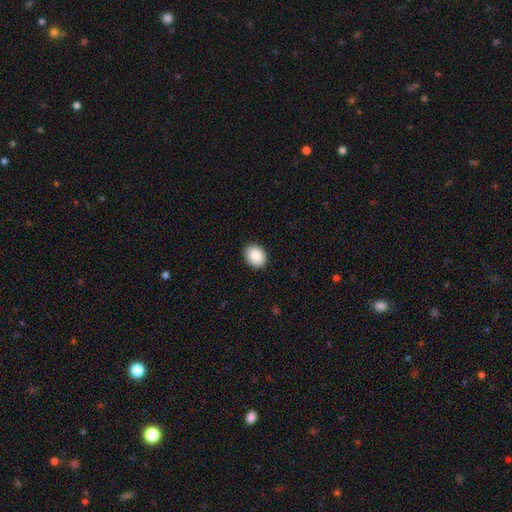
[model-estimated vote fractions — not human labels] Overall: smooth (88%). How rounded: in between (56%; round 43%). Merging: none (90%).